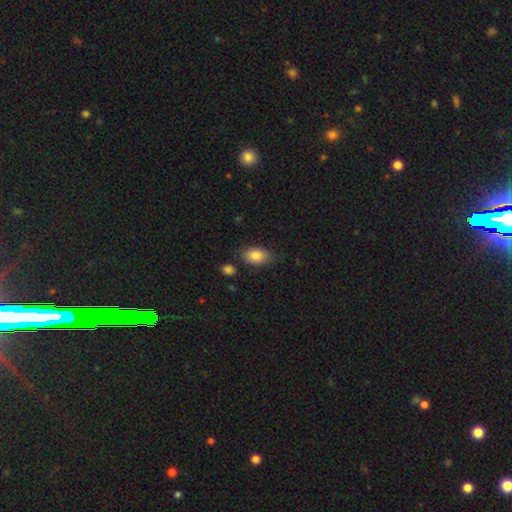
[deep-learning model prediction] Morphology: type=smooth (84%); roundness=in between (88%); merging=none (74%).